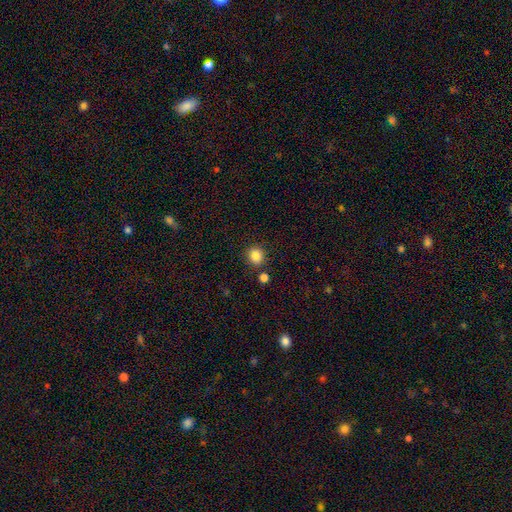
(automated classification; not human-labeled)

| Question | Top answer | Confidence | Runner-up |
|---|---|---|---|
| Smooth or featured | smooth | 86% | star or artifact (11%) |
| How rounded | round | 83% | in between (16%) |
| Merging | none | 82% | minor disturbance (9%) |